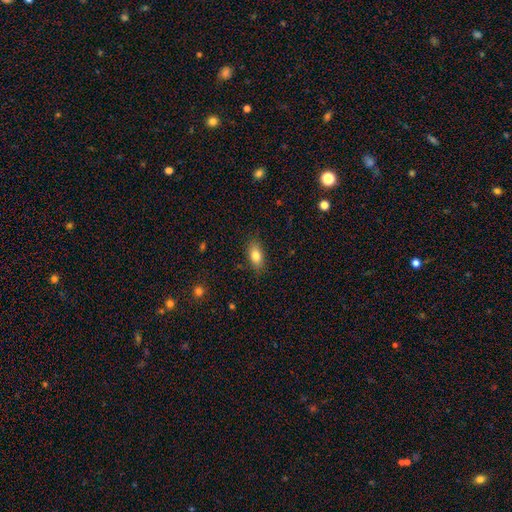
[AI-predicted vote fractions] This appears to be a smooth galaxy with no disk features (80%) that is in between round and cigar-shaped (86%). Merging: none (85%).